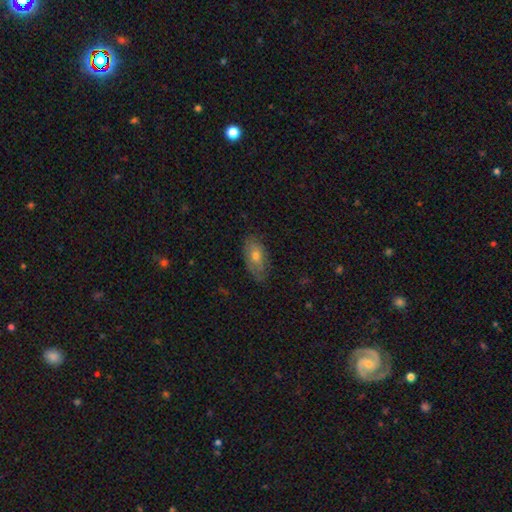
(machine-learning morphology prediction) Smooth or featured? smooth (59%)
How rounded? in between (89%)
Merging? none (74%)